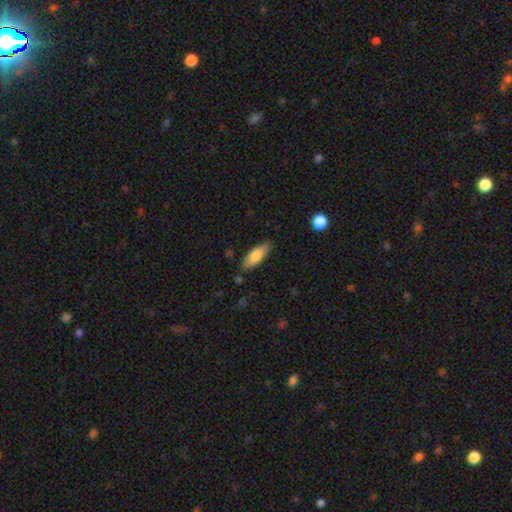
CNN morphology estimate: Smooth or featured? Predicted: smooth (p=0.78). How rounded? Predicted: in between (p=0.68). Merging? Predicted: none (p=0.83).